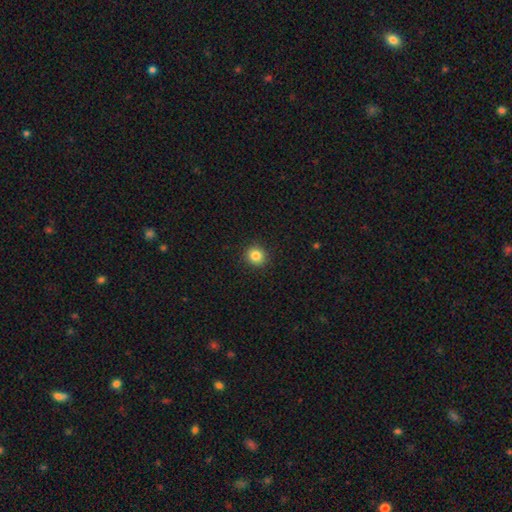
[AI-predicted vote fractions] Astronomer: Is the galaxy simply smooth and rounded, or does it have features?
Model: smooth — 84%.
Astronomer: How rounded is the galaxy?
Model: round — 90%.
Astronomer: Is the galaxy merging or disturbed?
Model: none — 92%.